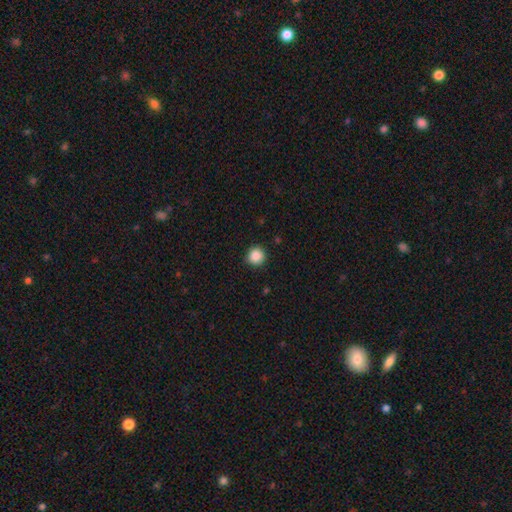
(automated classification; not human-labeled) Q: Smooth or featured?
A: smooth (87%); runner-up: star or artifact (10%)
Q: How rounded?
A: round (93%); runner-up: in between (6%)
Q: Merging?
A: none (90%); runner-up: minor disturbance (7%)